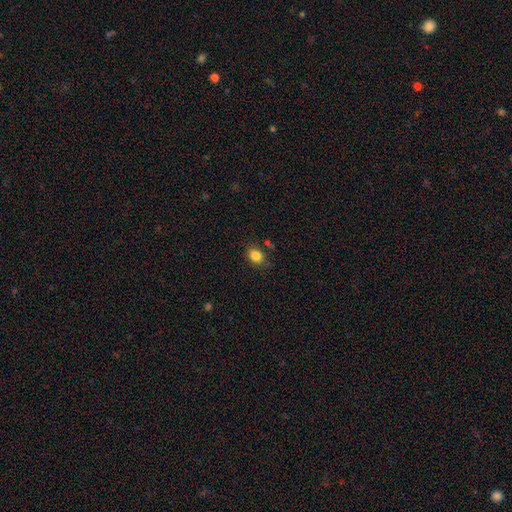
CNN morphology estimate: The model was most divided on "how rounded": in between: 54%, round: 45%, cigar-shaped: 1%. More confident: smooth or featured — smooth (85%); merging — none (77%).